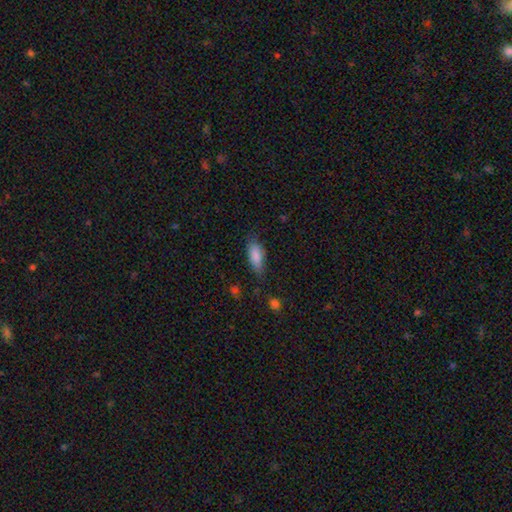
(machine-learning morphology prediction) Smooth or featured? Predicted: smooth (p=0.84). How rounded? Predicted: in between (p=0.80). Merging? Predicted: none (p=0.67).